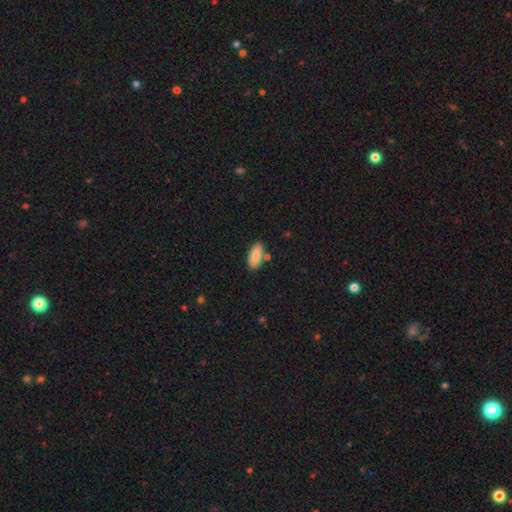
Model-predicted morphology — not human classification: smooth_or_featured: smooth (p=0.87) [alt: star or artifact p=0.07]
how_rounded: in between (p=0.85) [alt: cigar-shaped p=0.13]
merging: none (p=0.79) [alt: minor disturbance p=0.12]